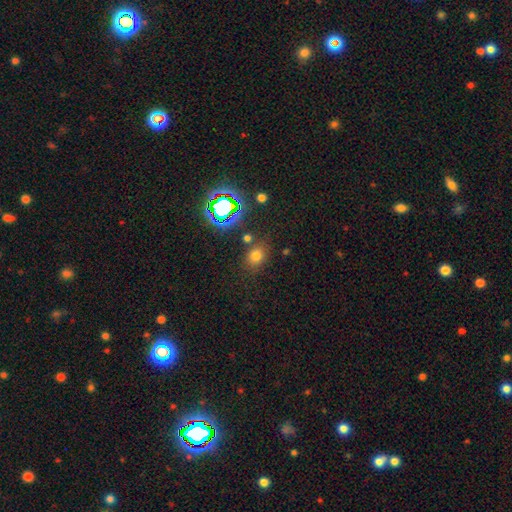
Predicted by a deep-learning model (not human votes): This is likely a smooth galaxy (70%). How rounded: possibly round (60%). Merging: likely none (77%).